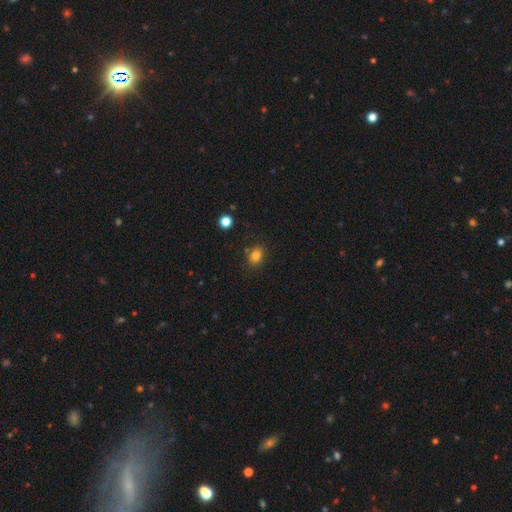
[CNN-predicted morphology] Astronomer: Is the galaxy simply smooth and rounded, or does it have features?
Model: smooth — 81%.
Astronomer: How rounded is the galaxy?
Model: round — 57% (runner-up: in between, 42%).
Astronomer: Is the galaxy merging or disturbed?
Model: none — 82%.